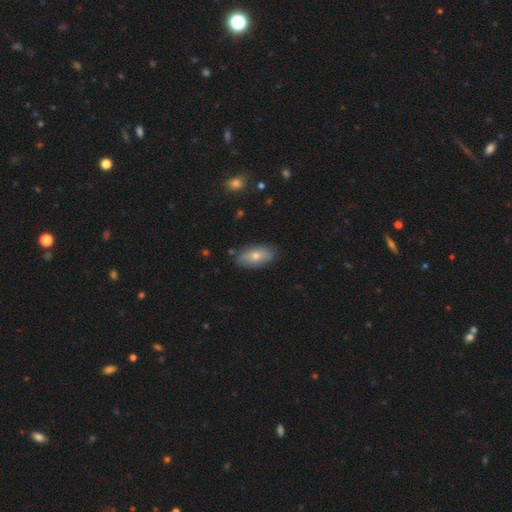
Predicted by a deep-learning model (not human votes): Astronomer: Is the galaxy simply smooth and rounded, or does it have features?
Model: smooth — 67%.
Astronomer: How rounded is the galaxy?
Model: in between — 89%.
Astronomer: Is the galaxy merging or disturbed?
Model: none — 84%.